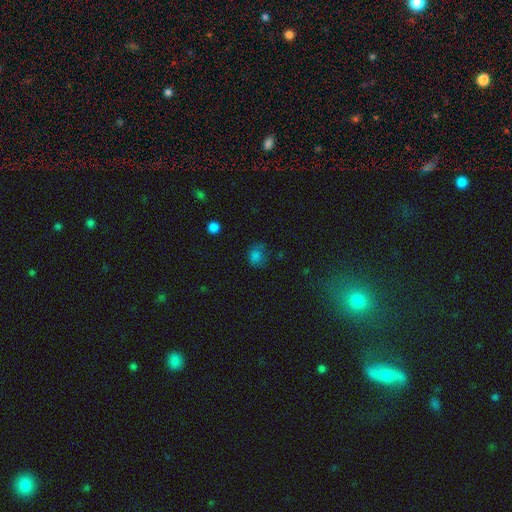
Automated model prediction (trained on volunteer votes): This appears to be a smooth galaxy with no disk features (75%) that is round (63%). Merging: none (59%).